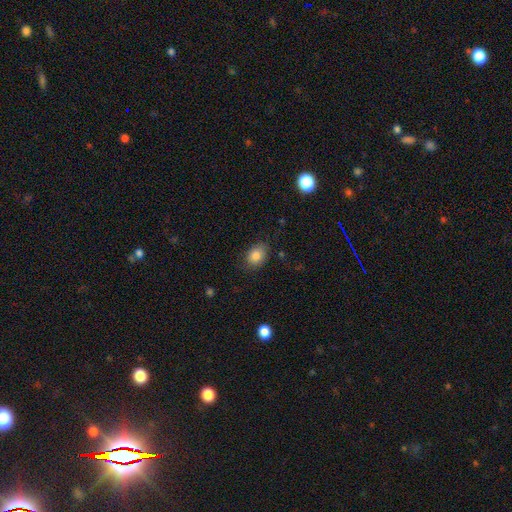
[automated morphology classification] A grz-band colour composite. It shows a smooth galaxy with no disk features (83%) that is in between round and cigar-shaped (66%). Merging: none (76%).